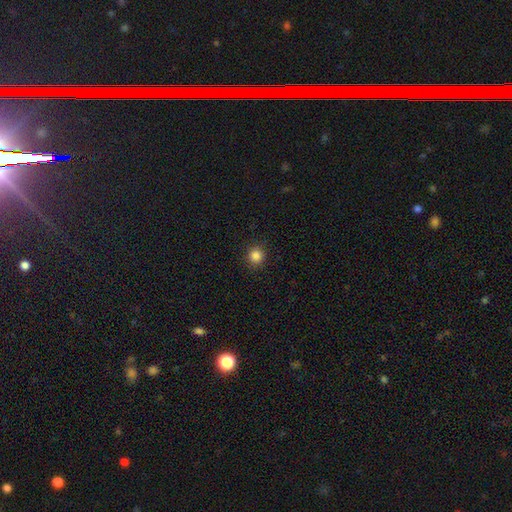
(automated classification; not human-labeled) smooth-or-featured: smooth: 84% | star or artifact: 12% | featured or disk: 4%
  how-rounded: round: 93% | in between: 6% | cigar-shaped: 1%
  merging: none: 91% | minor disturbance: 6% | major disturbance: 2% | merger: 1%